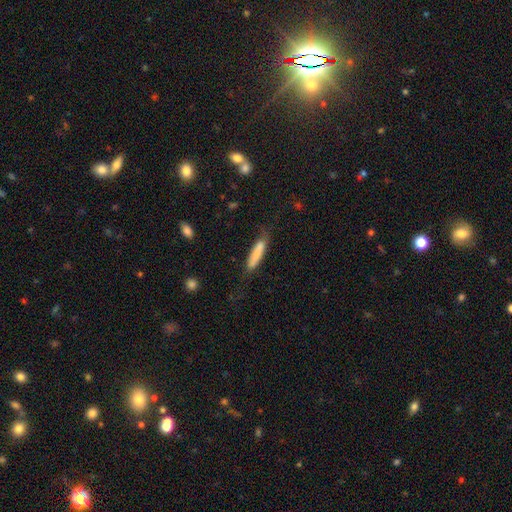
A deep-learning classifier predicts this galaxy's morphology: Smooth or featured: smooth — 79% (featured or disk — 15%)
How rounded: cigar-shaped — 82% (in between — 16%)
Merging: none — 63% (minor disturbance — 25%)